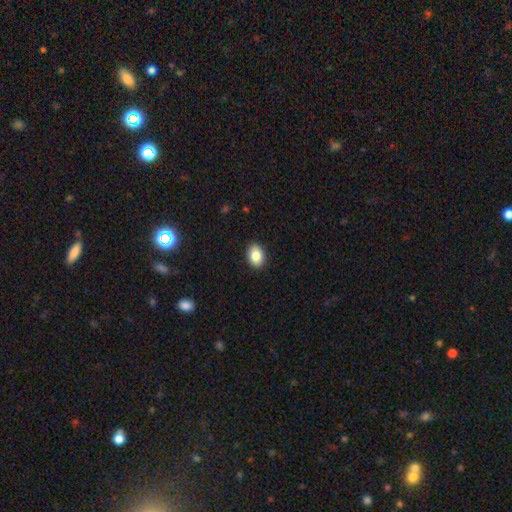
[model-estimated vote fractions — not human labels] Smooth or featured: smooth — 84% (featured or disk — 8%)
How rounded: in between — 77% (round — 22%)
Merging: none — 91% (minor disturbance — 7%)